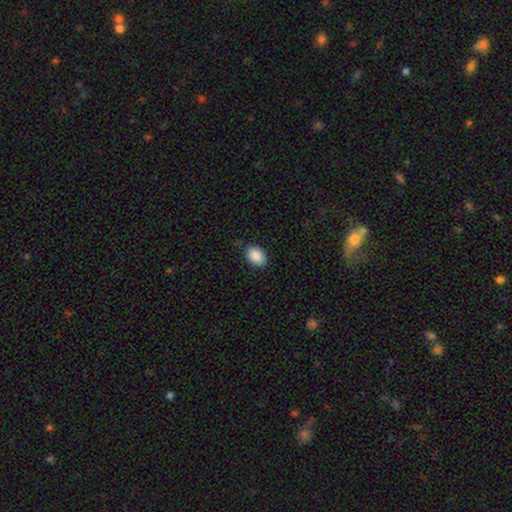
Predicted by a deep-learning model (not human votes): smooth 90%, star or artifact 7%, featured or disk 4%. Down the decision tree: how rounded — in between (84%); merging — none (82%).